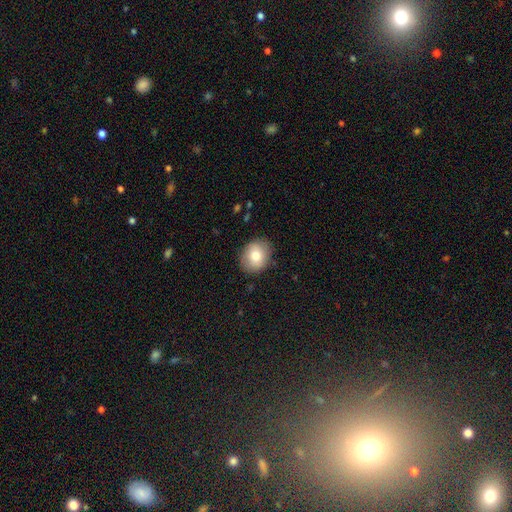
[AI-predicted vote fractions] smooth-or-featured: smooth: 79% | featured or disk: 13% | star or artifact: 8%
  how-rounded: round: 52% | in between: 47% | cigar-shaped: 1%
  merging: none: 86% | minor disturbance: 10% | major disturbance: 2% | merger: 1%